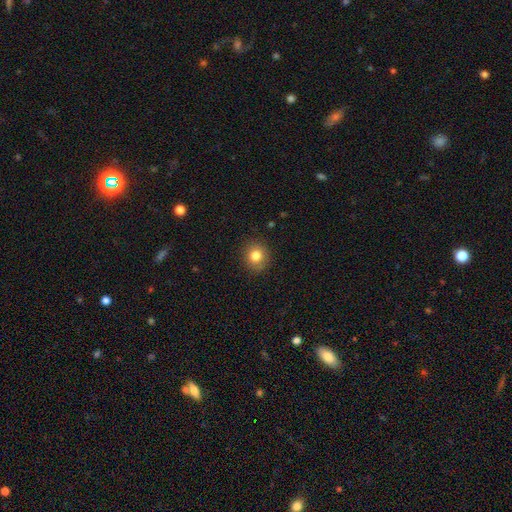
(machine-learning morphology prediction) Smooth or featured?
  - smooth: 81% *
  - star or artifact: 11%
  - featured or disk: 8%
How rounded?
  - round: 85% *
  - in between: 14%
  - cigar-shaped: 1%
Merging?
  - none: 87% *
  - minor disturbance: 9%
  - major disturbance: 2%
  - merger: 1%